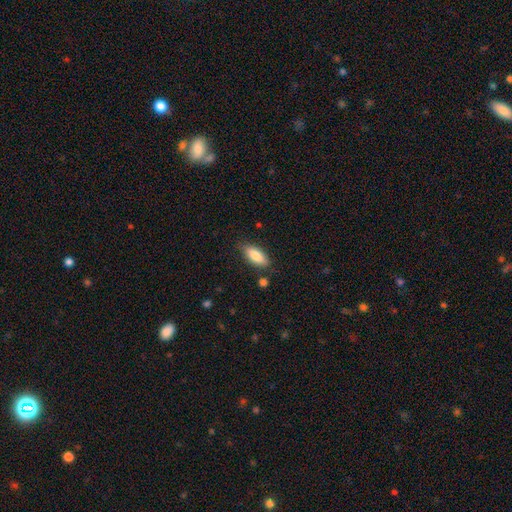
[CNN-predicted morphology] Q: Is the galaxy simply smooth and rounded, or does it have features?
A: smooth — 82%.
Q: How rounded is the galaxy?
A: in between — 80%.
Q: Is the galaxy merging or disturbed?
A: none — 80%.